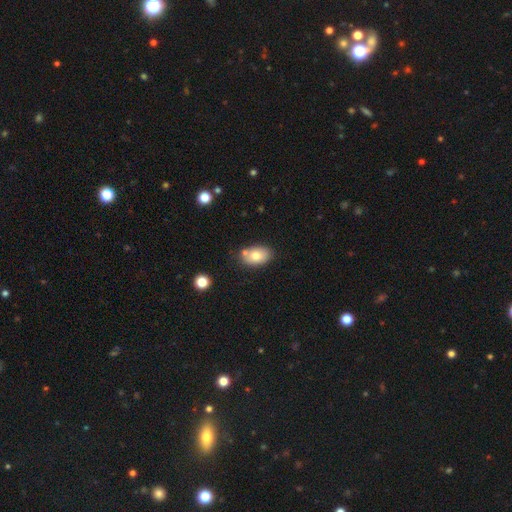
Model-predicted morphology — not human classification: smooth_or_featured: smooth (p=0.76) [alt: featured or disk p=0.16]
how_rounded: in between (p=0.86) [alt: round p=0.13]
merging: none (p=0.66) [alt: minor disturbance p=0.16]